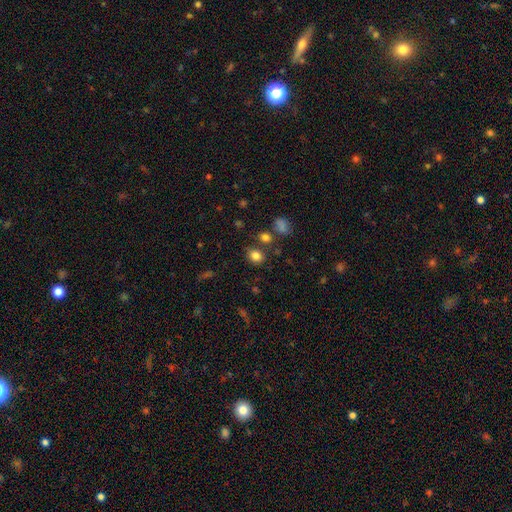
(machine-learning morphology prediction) Smooth or featured? smooth (82%)
How rounded? round (54%)
Merging? none (77%)